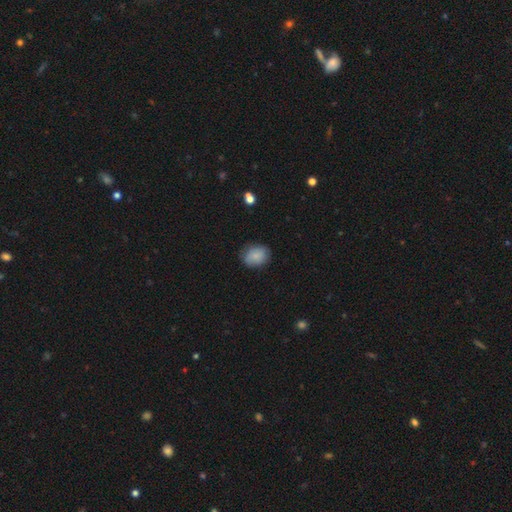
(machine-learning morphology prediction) Overall: smooth (82%). How rounded: in between (54%; round 45%). Merging: none (79%).